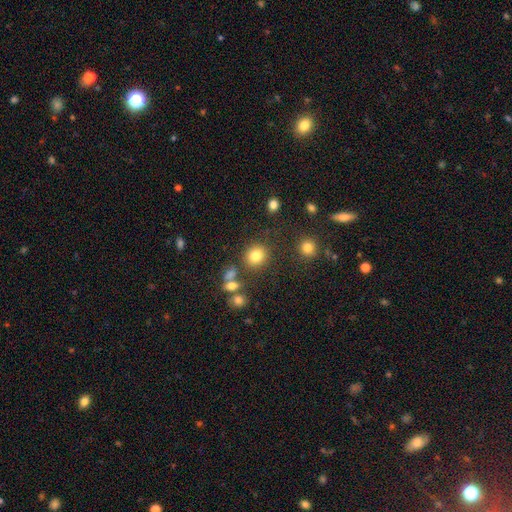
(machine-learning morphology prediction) Smooth or featured?
  - smooth: 81% *
  - star or artifact: 13%
  - featured or disk: 7%
How rounded?
  - round: 83% *
  - in between: 16%
  - cigar-shaped: 1%
Merging?
  - none: 80% *
  - minor disturbance: 9%
  - merger: 6%
  - major disturbance: 4%